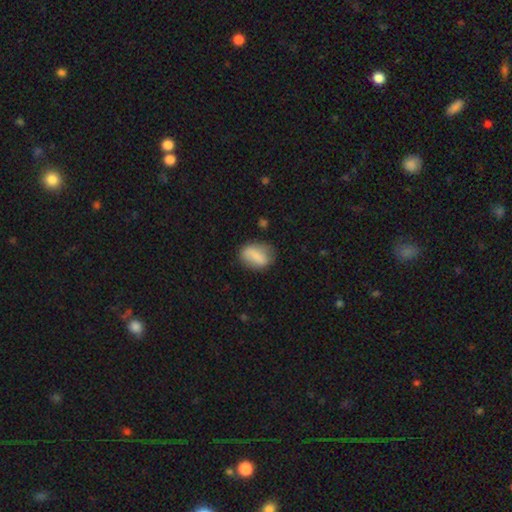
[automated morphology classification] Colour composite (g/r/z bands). It shows a smooth galaxy with no disk features (75%) that is in between round and cigar-shaped (81%). Merging: none (66%).